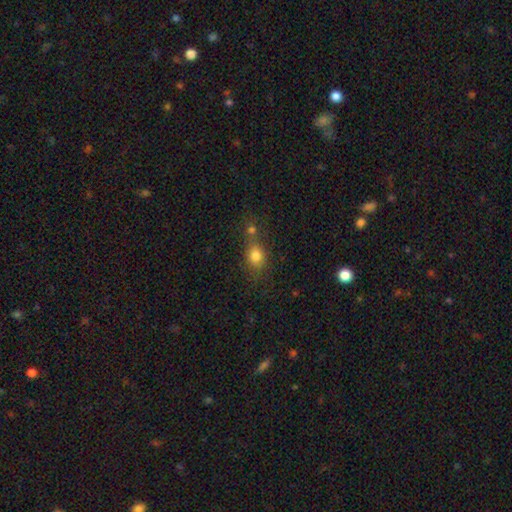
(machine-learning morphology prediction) type=smooth (79%); roundness=round (56%); merging=none (46%).